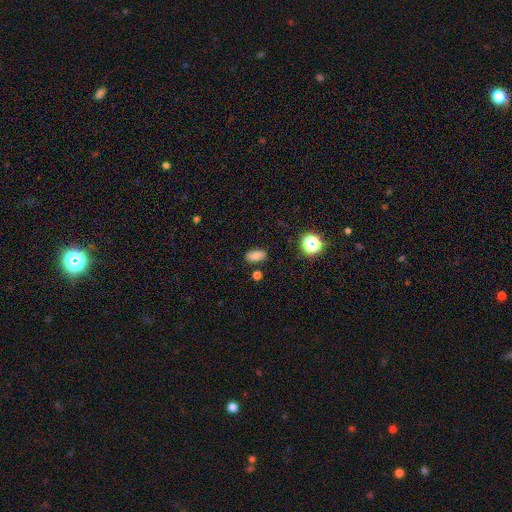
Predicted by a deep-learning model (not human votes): Q: Smooth or featured?
A: smooth (79%); runner-up: star or artifact (14%)
Q: How rounded?
A: in between (88%); runner-up: round (8%)
Q: Merging?
A: none (84%); runner-up: minor disturbance (11%)